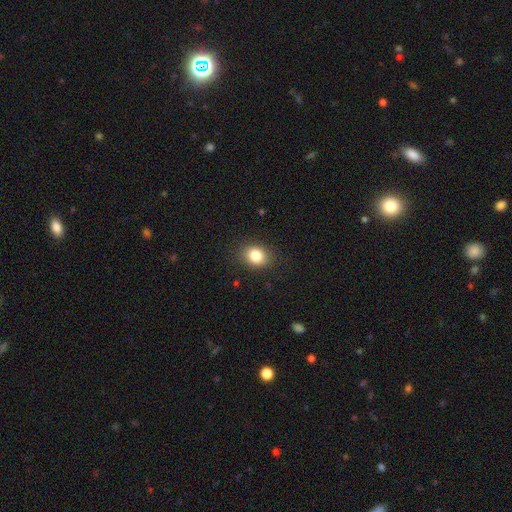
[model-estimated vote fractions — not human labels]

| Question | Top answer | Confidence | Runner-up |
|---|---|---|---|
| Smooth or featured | smooth | 84% | star or artifact (10%) |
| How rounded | in between | 54% | round (45%) |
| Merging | none | 86% | minor disturbance (10%) |